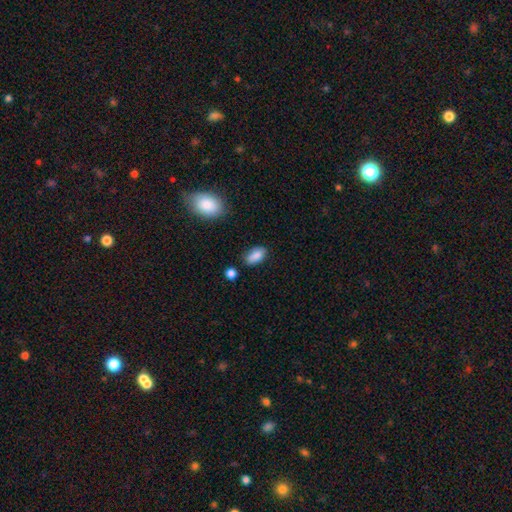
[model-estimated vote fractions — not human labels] Smooth or featured? Predicted: smooth (p=0.86). How rounded? Predicted: in between (p=0.90). Merging? Predicted: none (p=0.75).